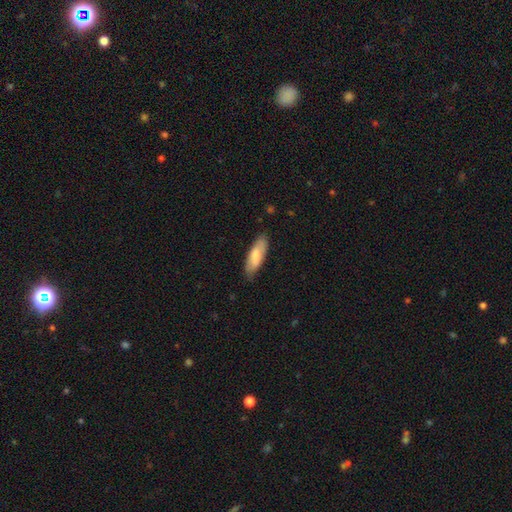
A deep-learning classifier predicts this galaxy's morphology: Smooth or featured? Predicted: smooth (p=0.75). How rounded? Predicted: in between (p=0.62). Merging? Predicted: none (p=0.80).